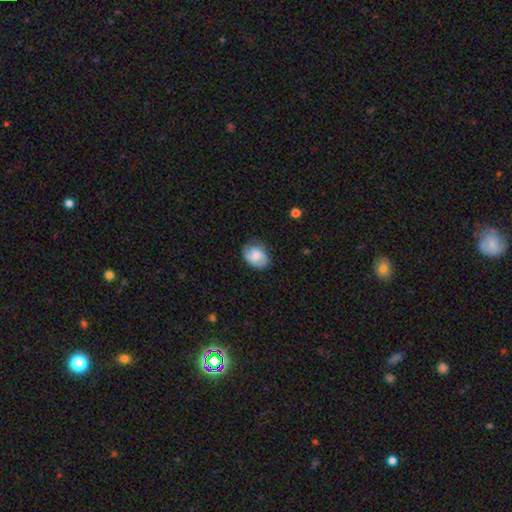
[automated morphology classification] smooth 59%, featured or disk 33%, star or artifact 8%. Down the decision tree: how rounded — in between (63%); merging — none (69%).